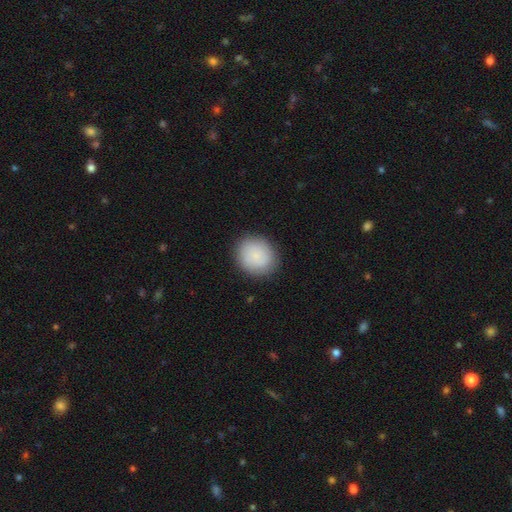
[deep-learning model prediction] smooth 81%, featured or disk 12%, star or artifact 7%. Down the decision tree: how rounded — round (76%); merging — none (87%).